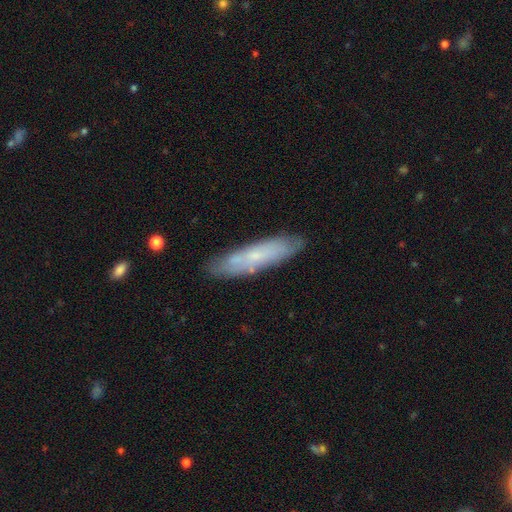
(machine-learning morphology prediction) Smooth or featured: smooth — 52% (featured or disk — 41%)
How rounded: cigar-shaped — 74% (in between — 25%)
Merging: none — 78% (minor disturbance — 15%)